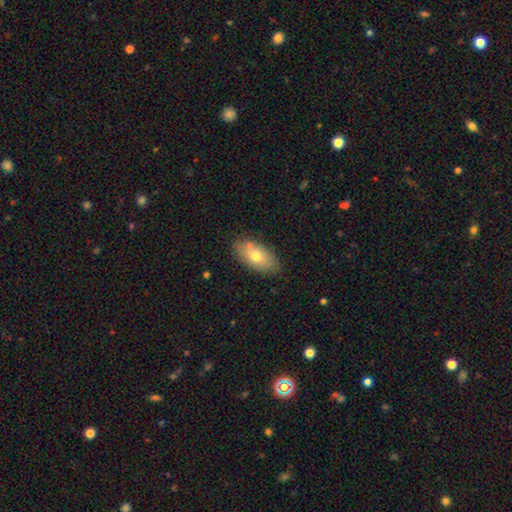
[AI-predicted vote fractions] Q: Smooth or featured?
A: smooth (71%); runner-up: featured or disk (22%)
Q: How rounded?
A: in between (91%); runner-up: cigar-shaped (4%)
Q: Merging?
A: none (79%); runner-up: minor disturbance (13%)